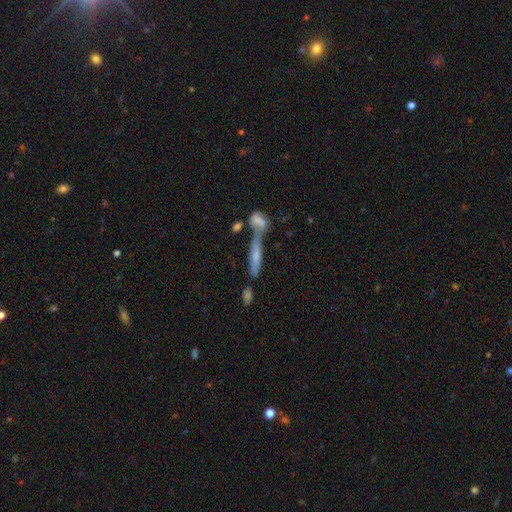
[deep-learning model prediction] smooth 51%, featured or disk 39%, star or artifact 10%. Down the decision tree: how rounded — cigar-shaped (79%); merging — merger (52%).